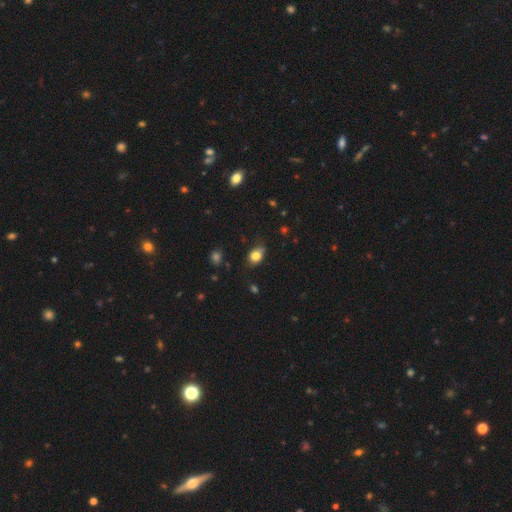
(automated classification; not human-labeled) The model was most divided on "how rounded": in between: 67%, round: 31%, cigar-shaped: 2%. More confident: smooth or featured — smooth (79%); merging — none (67%).